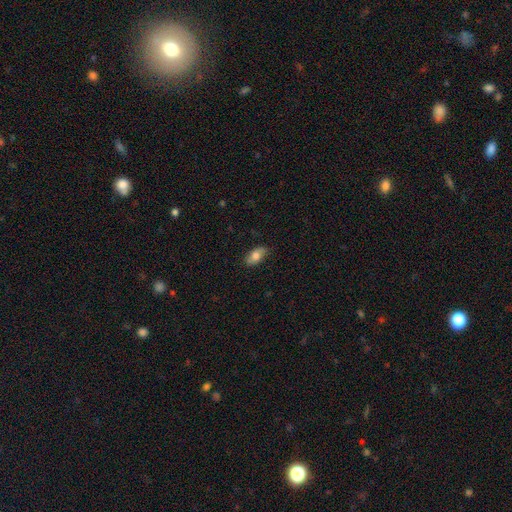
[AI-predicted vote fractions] This appears to be a smooth galaxy with no disk features (77%) that is in between round and cigar-shaped (89%). Merging: none (82%).